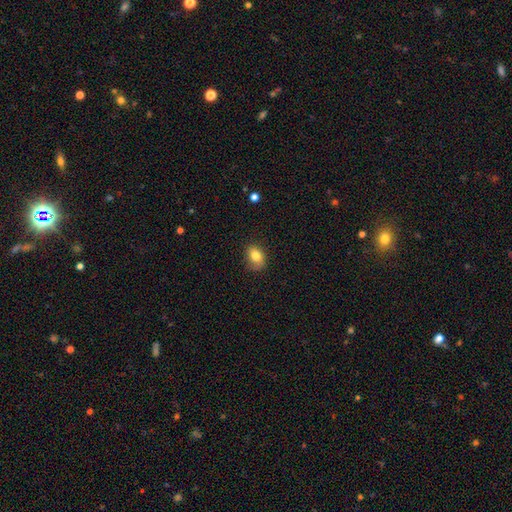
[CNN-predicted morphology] smooth_or_featured: smooth (p=0.82) [alt: star or artifact p=0.09]
how_rounded: in between (p=0.69) [alt: round p=0.30]
merging: none (p=0.70) [alt: minor disturbance p=0.23]